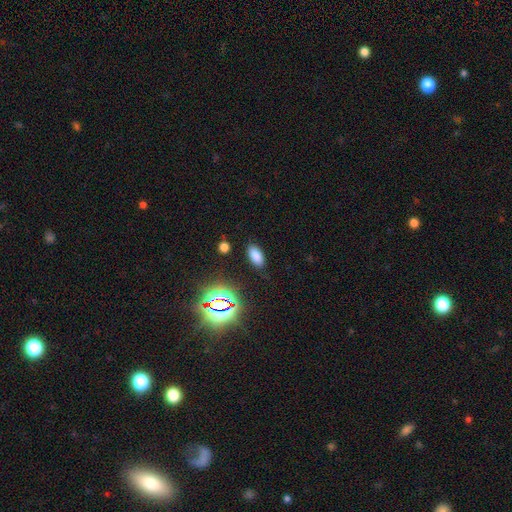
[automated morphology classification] Smooth or featured? Predicted: smooth (p=0.75). How rounded? Predicted: in between (p=0.91). Merging? Predicted: none (p=0.85).